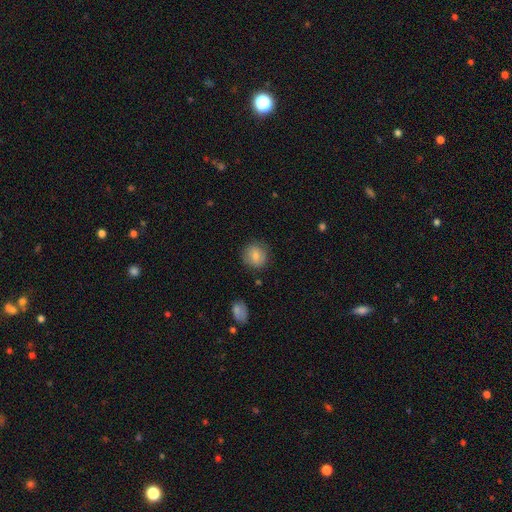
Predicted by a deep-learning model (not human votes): This appears to be a smooth galaxy with no disk features (79%) that is round (88%). Merging: none (84%).